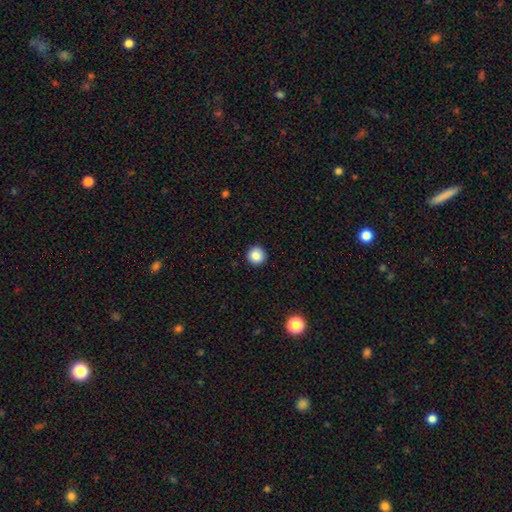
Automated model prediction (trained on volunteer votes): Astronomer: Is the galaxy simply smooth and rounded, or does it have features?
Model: smooth — 86%.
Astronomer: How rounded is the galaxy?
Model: round — 95%.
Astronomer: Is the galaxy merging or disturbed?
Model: none — 93%.